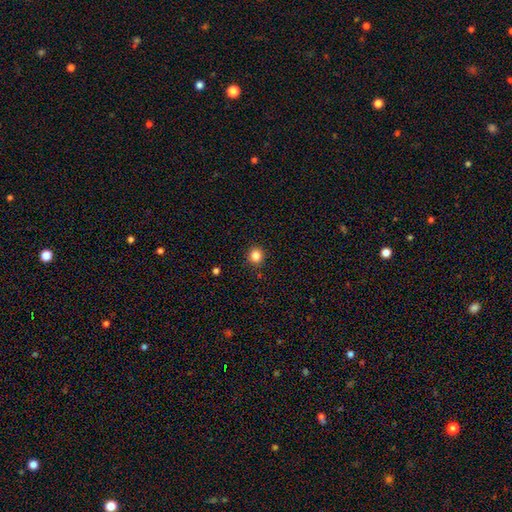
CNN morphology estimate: smooth_or_featured: smooth (p=0.84) [alt: star or artifact p=0.12]
how_rounded: round (p=0.91) [alt: in between p=0.08]
merging: none (p=0.91) [alt: minor disturbance p=0.06]